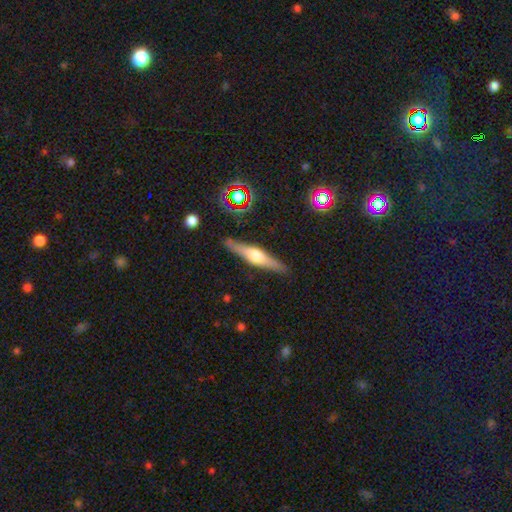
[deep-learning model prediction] Smooth or featured: featured or disk — 65% (smooth — 28%)
Edge-on disk: yes — 96% (no — 4%)
Edge-on bulge: rounded — 88% (boxy — 8%)
Merging: none — 88% (minor disturbance — 8%)